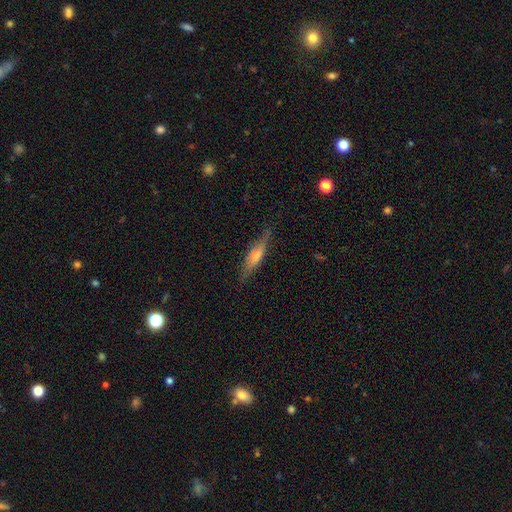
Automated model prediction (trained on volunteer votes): Morphology: type=featured or disk (56%); edge-on=yes (93%); edge-on bulge=rounded (65%); merging=none (83%).